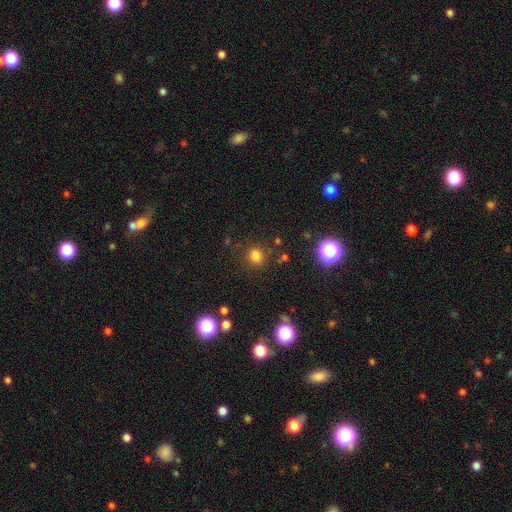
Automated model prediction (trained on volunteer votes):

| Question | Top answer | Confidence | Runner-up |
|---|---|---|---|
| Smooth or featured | smooth | 77% | star or artifact (18%) |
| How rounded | round | 87% | in between (12%) |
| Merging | none | 85% | minor disturbance (9%) |